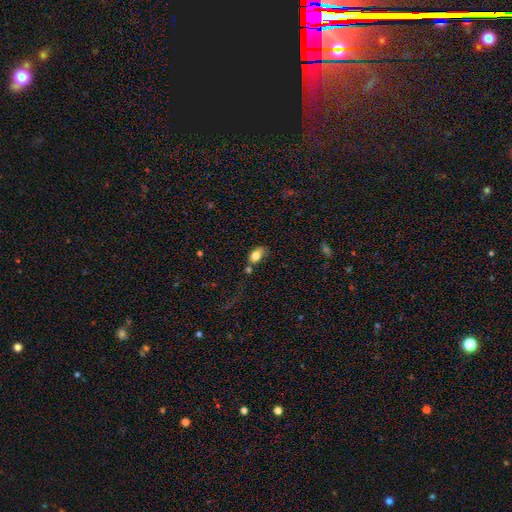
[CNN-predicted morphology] type=smooth (79%); roundness=in between (88%); merging=none (47%).